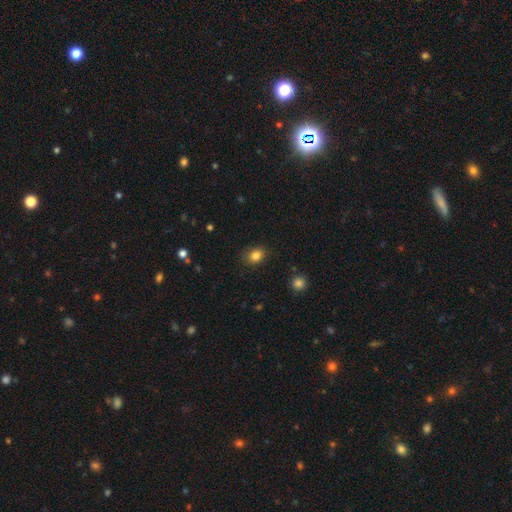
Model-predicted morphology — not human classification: smooth-or-featured: smooth: 84% | star or artifact: 10% | featured or disk: 5%
  how-rounded: in between: 57% | round: 42% | cigar-shaped: 1%
  merging: none: 85% | minor disturbance: 11% | major disturbance: 3% | merger: 1%